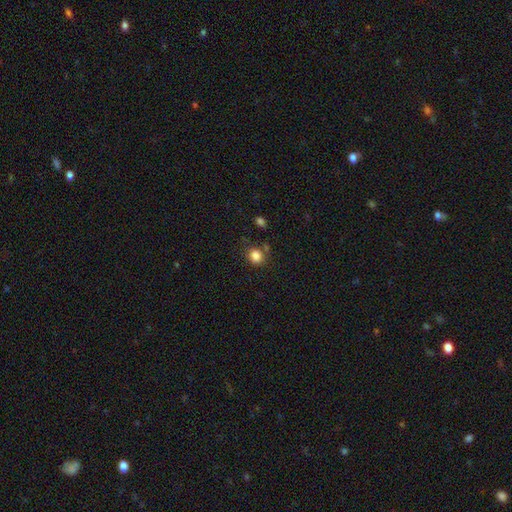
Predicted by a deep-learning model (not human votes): Morphology: type=smooth (84%); roundness=round (75%); merging=none (75%).